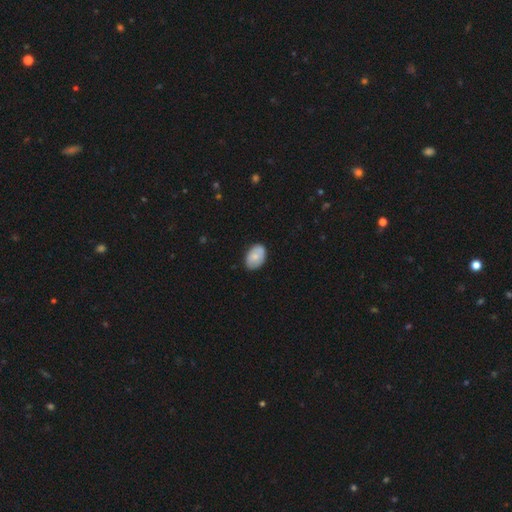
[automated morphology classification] Smooth or featured? smooth (75%)
How rounded? in between (88%)
Merging? none (79%)